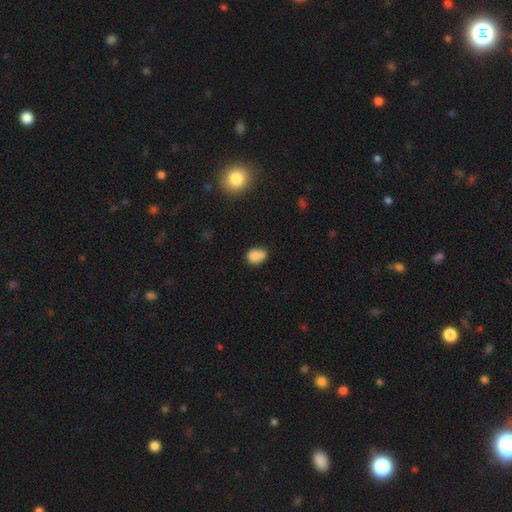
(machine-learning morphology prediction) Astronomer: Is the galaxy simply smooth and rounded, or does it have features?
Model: smooth — 78%.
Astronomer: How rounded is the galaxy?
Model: in between — 50% (runner-up: round, 49%).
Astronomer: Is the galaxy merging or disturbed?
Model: merger — 39% (runner-up: none, 38%).